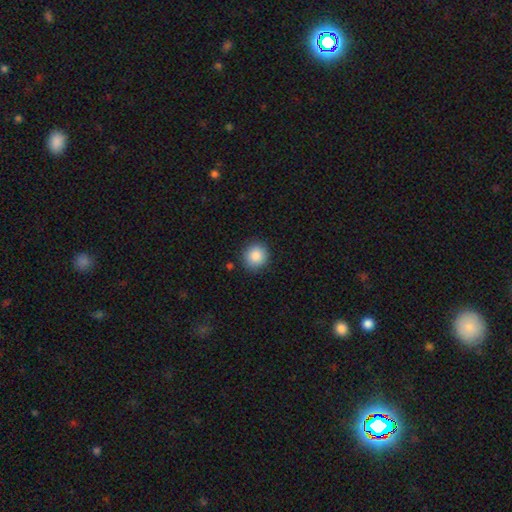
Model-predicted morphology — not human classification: The model was most divided on "how rounded": round: 88%, in between: 11%, cigar-shaped: 1%. More confident: merging — none (88%); smooth or featured — smooth (88%).